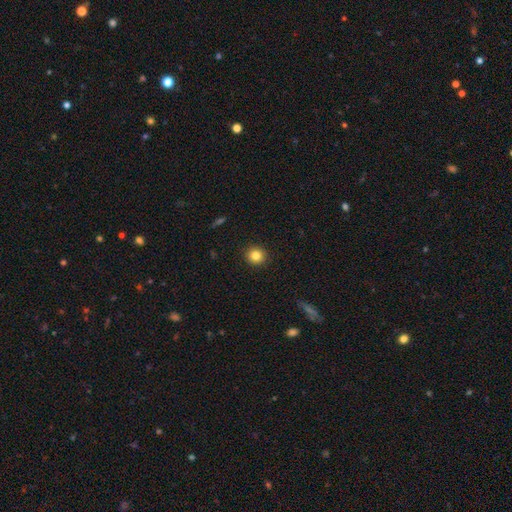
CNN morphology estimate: Smooth or featured?
  - smooth: 83% *
  - star or artifact: 11%
  - featured or disk: 6%
How rounded?
  - round: 91% *
  - in between: 8%
  - cigar-shaped: 1%
Merging?
  - none: 92% *
  - minor disturbance: 5%
  - major disturbance: 2%
  - merger: 1%